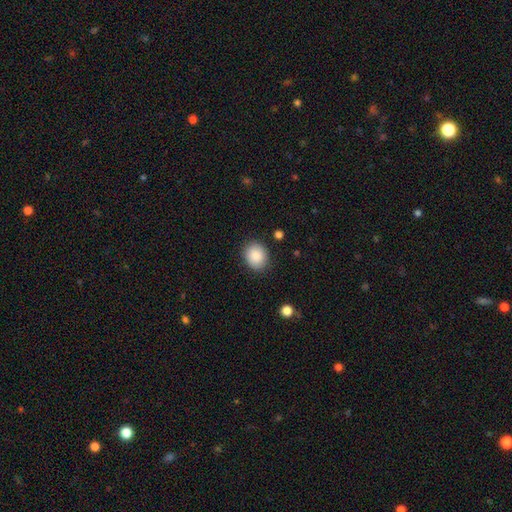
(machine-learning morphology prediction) Smooth or featured: smooth — 88% (star or artifact — 7%)
How rounded: round — 58% (in between — 42%)
Merging: none — 86% (minor disturbance — 10%)